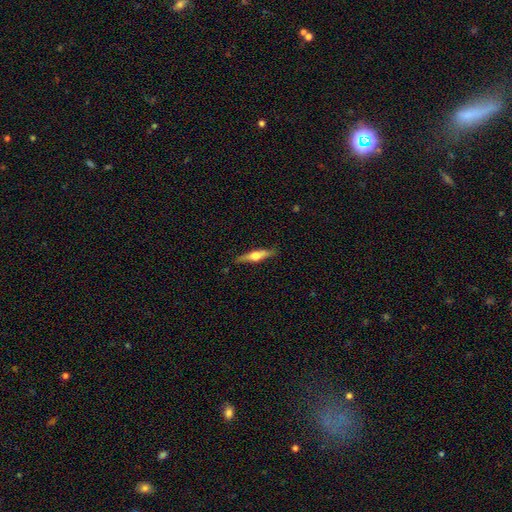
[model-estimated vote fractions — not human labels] Overall: featured or disk (64%; smooth 31%). Edge-on disk: yes (96%). Edge-on bulge: rounded (94%). Merging: none (87%).